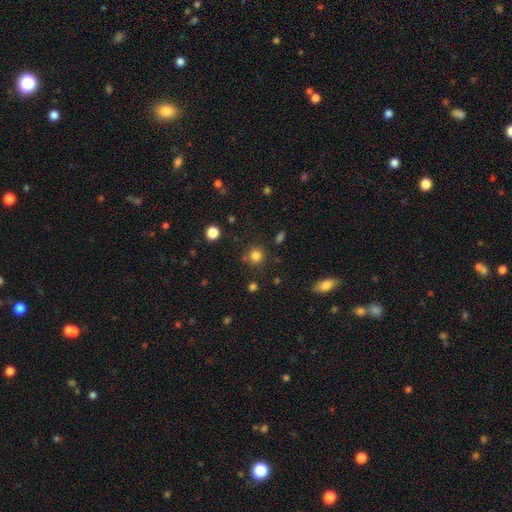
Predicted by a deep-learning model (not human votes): smooth_or_featured: smooth (p=0.81) [alt: star or artifact p=0.14]
how_rounded: round (p=0.90) [alt: in between p=0.09]
merging: none (p=0.79) [alt: minor disturbance p=0.10]